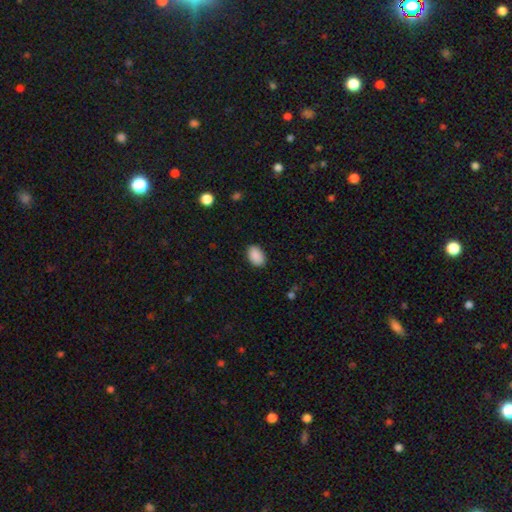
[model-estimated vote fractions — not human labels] This is clearly a smooth galaxy (90%). How rounded: clearly in between (86%). Merging: clearly none (88%).